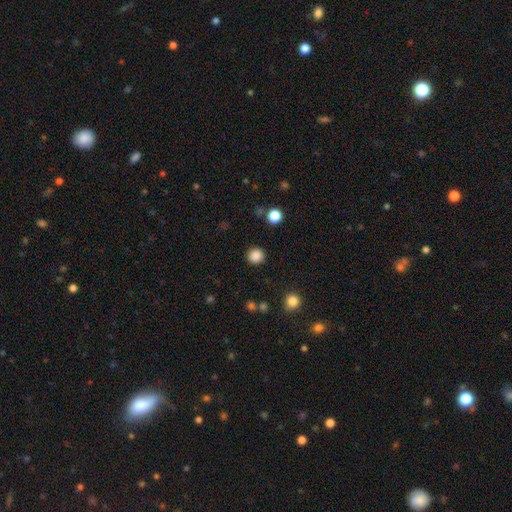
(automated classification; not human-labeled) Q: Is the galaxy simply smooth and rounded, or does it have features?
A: smooth — 86%.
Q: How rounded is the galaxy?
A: round — 92%.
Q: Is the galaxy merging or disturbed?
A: none — 90%.